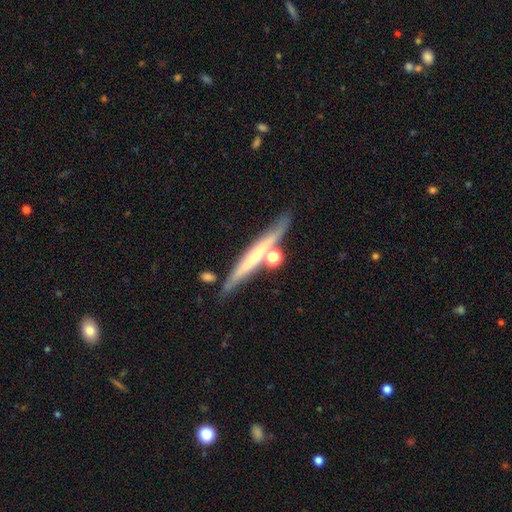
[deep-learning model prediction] A featured or disk galaxy (59%) viewed edge-on (91%) with a rounded central bulge (47%). Merging: none (67%).